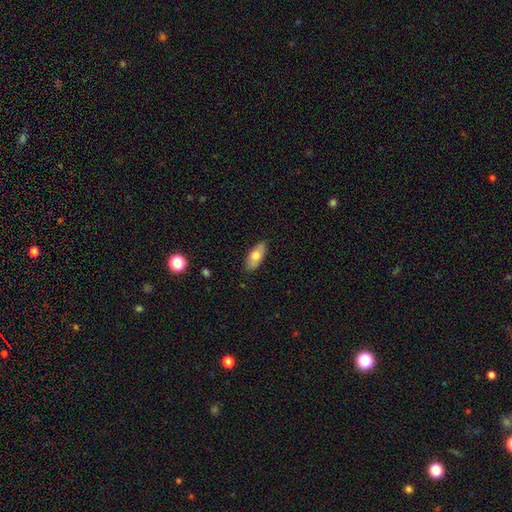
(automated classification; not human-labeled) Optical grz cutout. It shows a smooth galaxy with no disk features (71%) that is in between round and cigar-shaped (83%). Merging: none (86%).